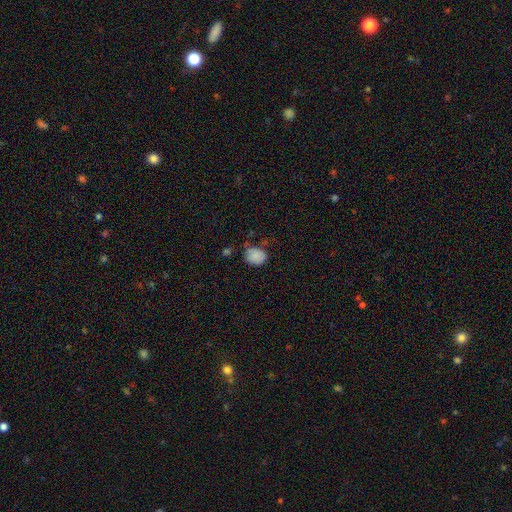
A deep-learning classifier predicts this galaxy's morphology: Smooth or featured? smooth (84%)
How rounded? round (53%)
Merging? none (55%)